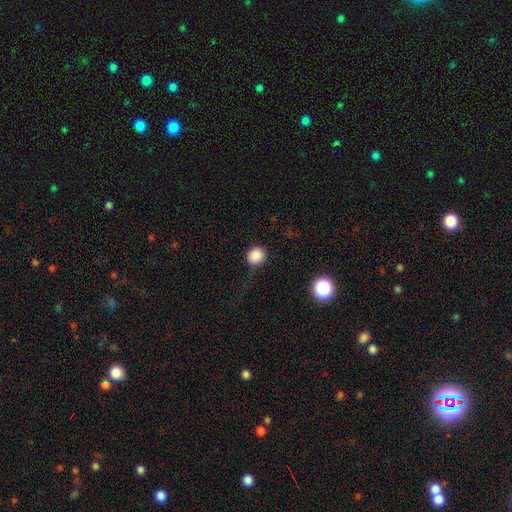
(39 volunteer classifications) A smooth galaxy with no disk features (90%) that is round (94%).

Vote fractions:
- Smooth or featured? smooth: 90% / star or artifact: 10% / featured or disk: 0%
- How rounded? round: 94% / in between: 6% / cigar-shaped: 0%
- Merging? none: 54% / minor disturbance: 29% / major disturbance: 14% / merger: 3%